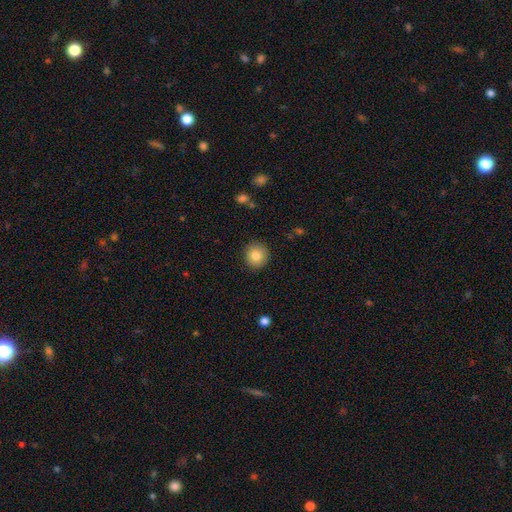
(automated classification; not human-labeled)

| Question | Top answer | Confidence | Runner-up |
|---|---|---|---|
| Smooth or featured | smooth | 83% | star or artifact (9%) |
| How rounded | round | 91% | in between (8%) |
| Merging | none | 90% | minor disturbance (7%) |